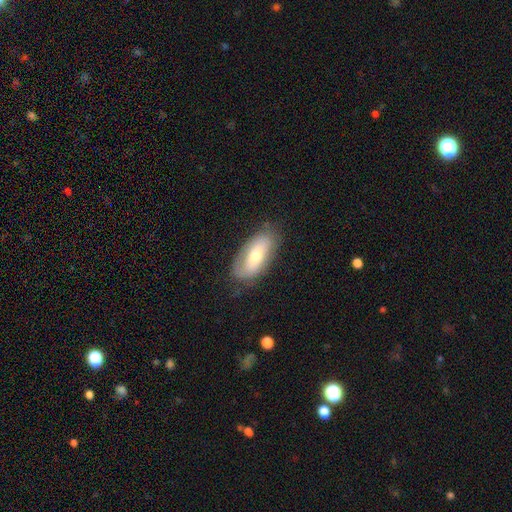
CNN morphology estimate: The model was most divided on "smooth or featured": smooth: 55%, featured or disk: 38%, star or artifact: 7%. More confident: how rounded — in between (88%); merging — none (71%).